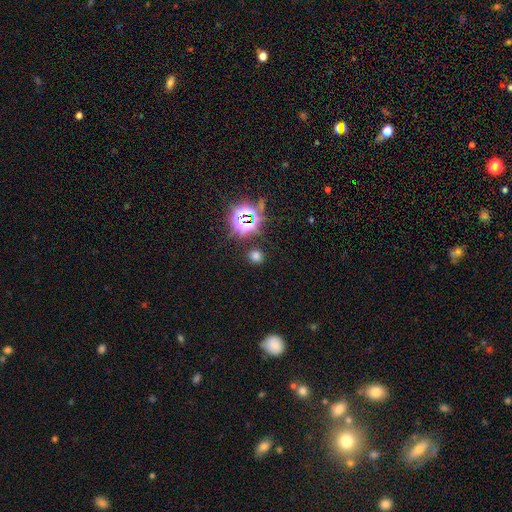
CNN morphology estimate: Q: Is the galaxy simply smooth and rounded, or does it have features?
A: smooth — 60%.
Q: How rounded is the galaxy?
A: round — 77%.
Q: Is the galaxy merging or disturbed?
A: none — 86%.